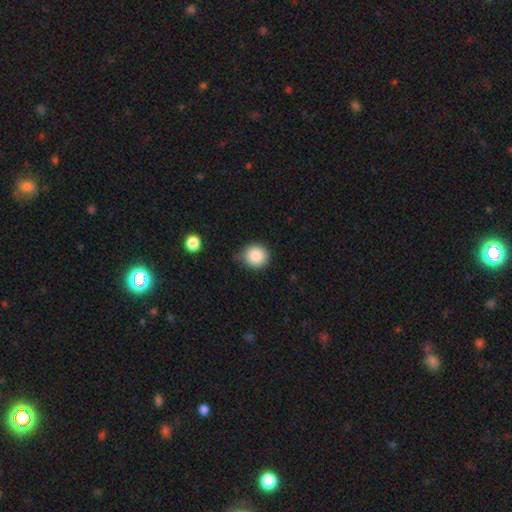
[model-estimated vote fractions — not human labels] This appears to be a smooth galaxy with no disk features (87%) that is round (90%). Merging: none (76%).